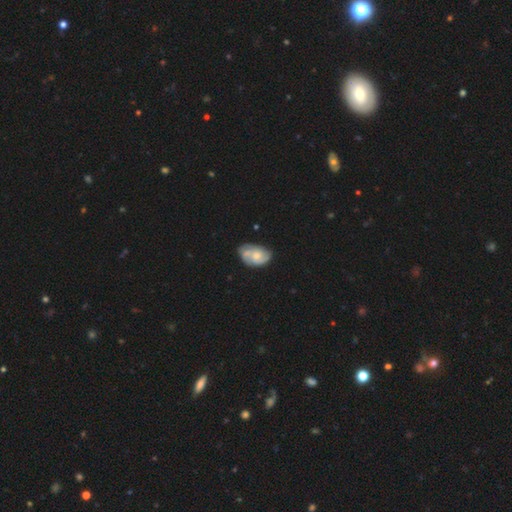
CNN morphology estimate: This is likely a featured or disk galaxy (66%). It is clearly not viewed edge-on (97%). Bar: likely no (72%). Spiral arm pattern: clearly yes (90%). Spiral arm count: marginally 3 (36%). Spiral winding: marginally tight (42%, tied with medium). Central bulge: possibly moderate (47%). Merging: likely none (62%).